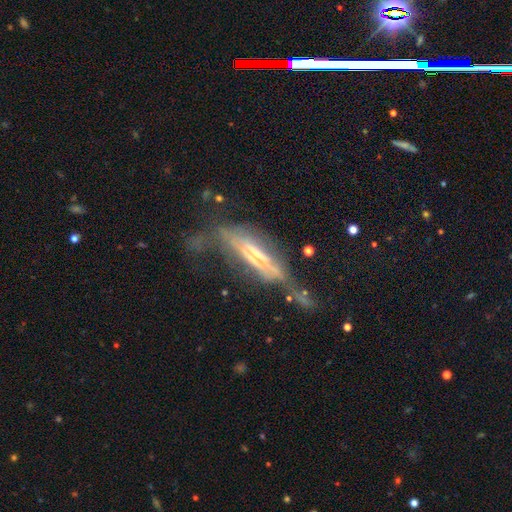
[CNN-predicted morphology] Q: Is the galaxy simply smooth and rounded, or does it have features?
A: featured or disk — 70%.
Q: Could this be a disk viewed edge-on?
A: yes — 71%.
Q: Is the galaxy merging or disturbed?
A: none — 36%.